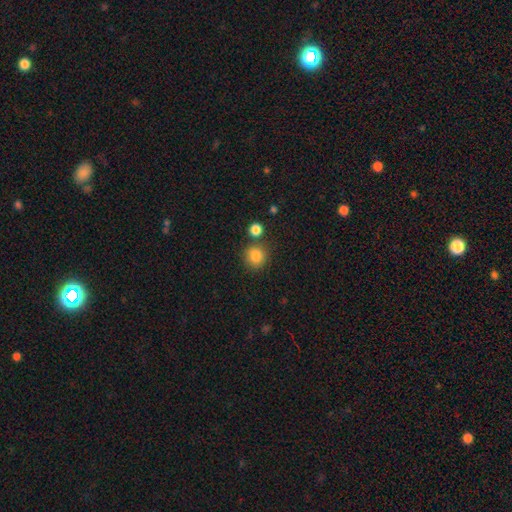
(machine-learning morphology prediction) Overall: smooth (85%). How rounded: round (88%). Merging: none (77%).